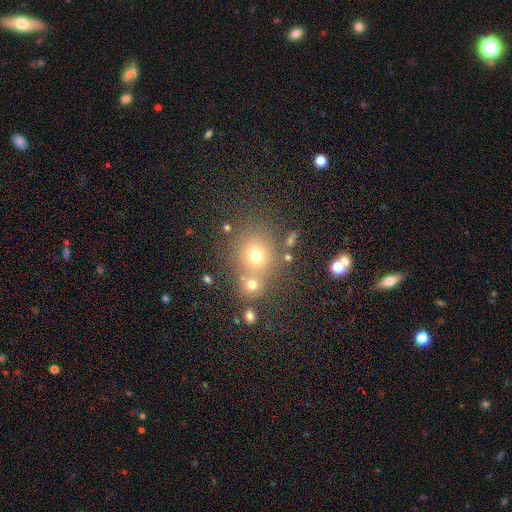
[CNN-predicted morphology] Smooth or featured?
  - smooth: 67% *
  - star or artifact: 20%
  - featured or disk: 12%
How rounded?
  - round: 80% *
  - in between: 19%
  - cigar-shaped: 1%
Merging?
  - none: 61% *
  - merger: 24%
  - minor disturbance: 10%
  - major disturbance: 5%